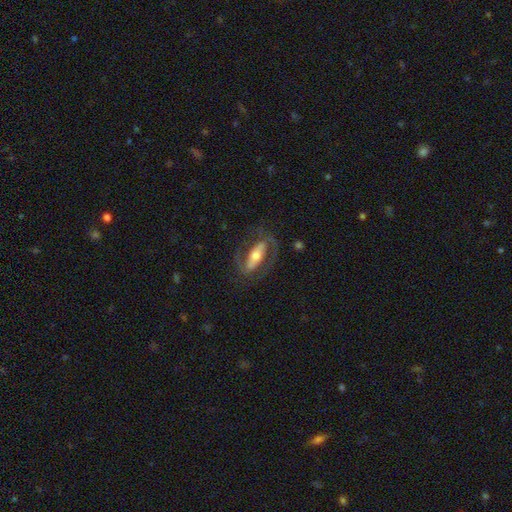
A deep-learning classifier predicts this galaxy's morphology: Smooth or featured?
  - featured or disk: 70% *
  - smooth: 25%
  - star or artifact: 6%
Edge-on disk?
  - no: 83% *
  - yes: 17%
Bar?
  - strong: 54% *
  - no: 25%
  - weak: 20%
Spiral arms?
  - yes: 68% *
  - no: 32%
Bulge size?
  - moderate: 57% *
  - small: 26%
  - large: 14%
  - dominant: 2%
  - none: 2%
Merging?
  - none: 71% *
  - minor disturbance: 15%
  - major disturbance: 13%
  - merger: 1%